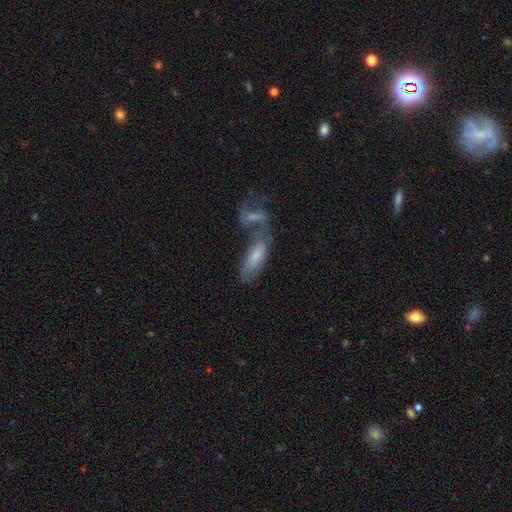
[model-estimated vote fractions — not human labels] A smooth galaxy with no disk features (61%) that is in between round and cigar-shaped (63%). Merging: merger (54%).